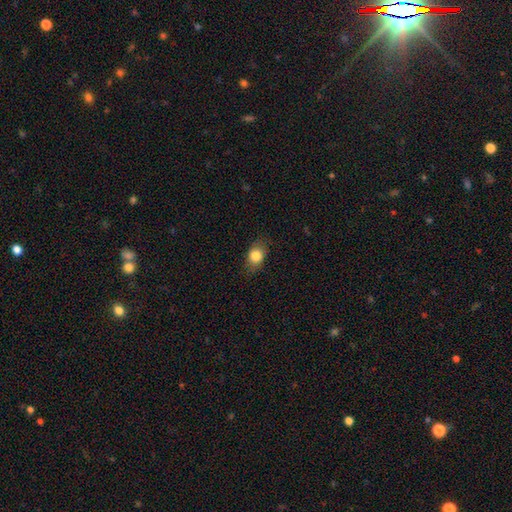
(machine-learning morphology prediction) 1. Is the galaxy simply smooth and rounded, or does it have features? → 82% smooth, 10% featured or disk, 9% star or artifact.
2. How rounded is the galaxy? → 66% in between, 31% round, 3% cigar-shaped.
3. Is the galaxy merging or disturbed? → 79% none, 16% minor disturbance, 4% major disturbance, 1% merger.